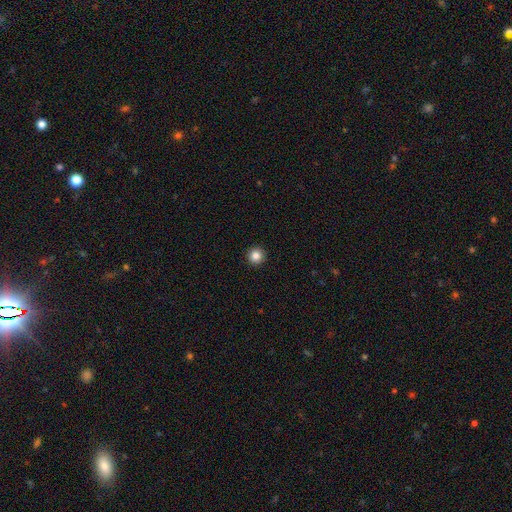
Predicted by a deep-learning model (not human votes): A smooth galaxy with no disk features (85%) that is round (96%).

Vote fractions:
- Smooth or featured? smooth: 85% / star or artifact: 11% / featured or disk: 5%
- How rounded? round: 96% / in between: 3% / cigar-shaped: 1%
- Merging? none: 94% / minor disturbance: 4% / major disturbance: 1% / merger: 1%